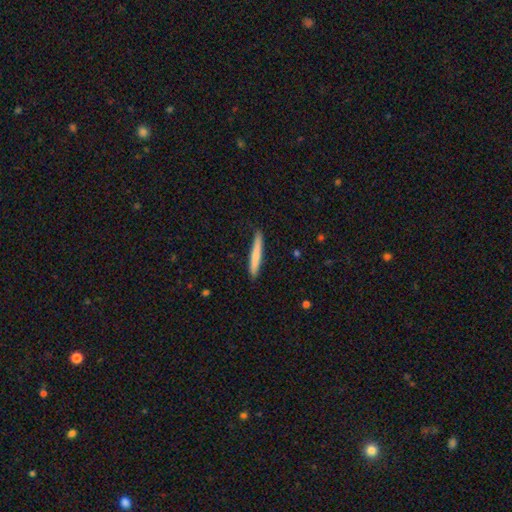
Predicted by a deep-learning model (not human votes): smooth_or_featured: smooth (p=0.75) [alt: featured or disk p=0.20]
how_rounded: cigar-shaped (p=0.96) [alt: in between p=0.03]
merging: none (p=0.88) [alt: minor disturbance p=0.09]